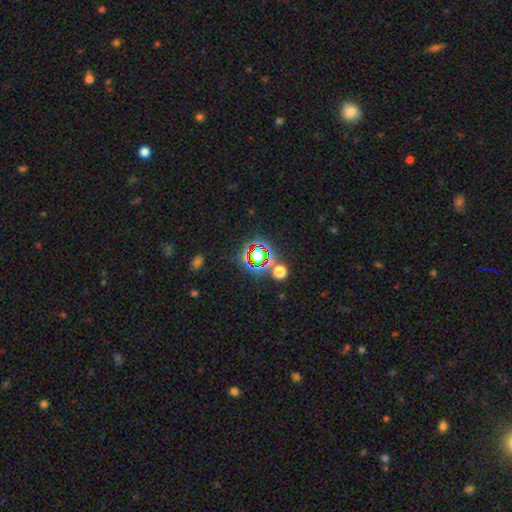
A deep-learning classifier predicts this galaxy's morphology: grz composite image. It shows a star or artifact, not a galaxy (69%).